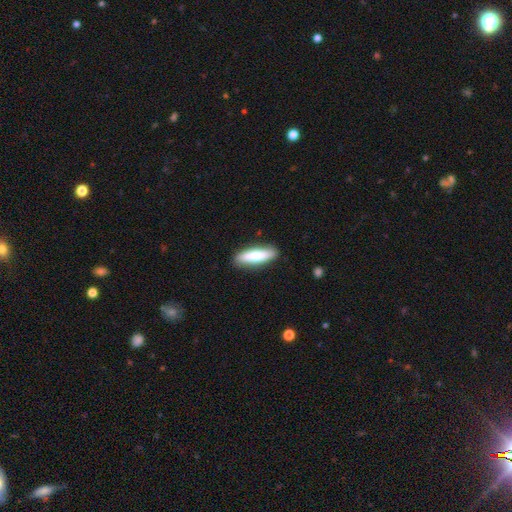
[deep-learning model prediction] smooth 70%, featured or disk 25%, star or artifact 5%. Down the decision tree: how rounded — cigar-shaped (62%); merging — none (88%).